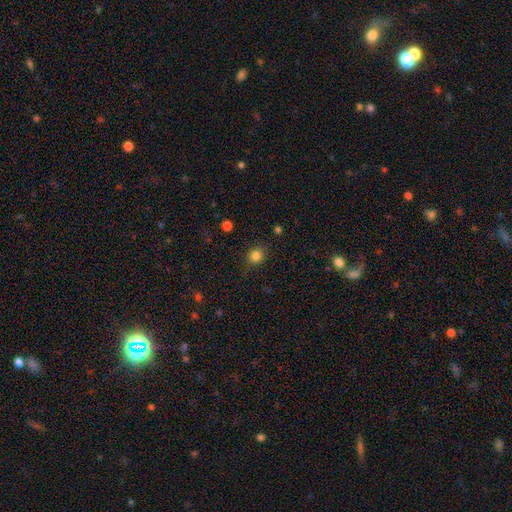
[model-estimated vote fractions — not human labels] Q: Smooth or featured?
A: smooth (83%); runner-up: star or artifact (12%)
Q: How rounded?
A: round (79%); runner-up: in between (20%)
Q: Merging?
A: none (87%); runner-up: minor disturbance (9%)